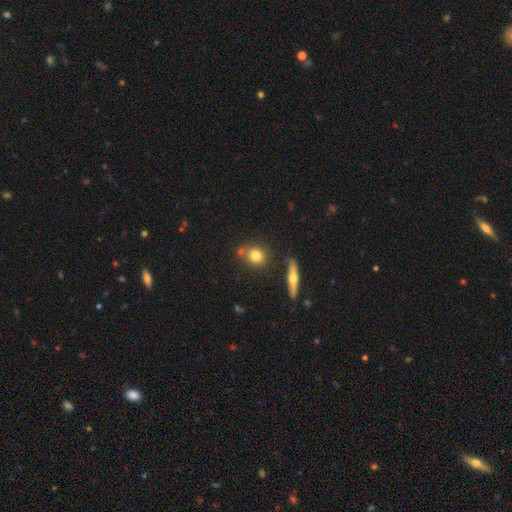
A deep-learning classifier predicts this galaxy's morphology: smooth 75%, featured or disk 15%, star or artifact 10%. Down the decision tree: how rounded — round (72%); merging — none (71%).